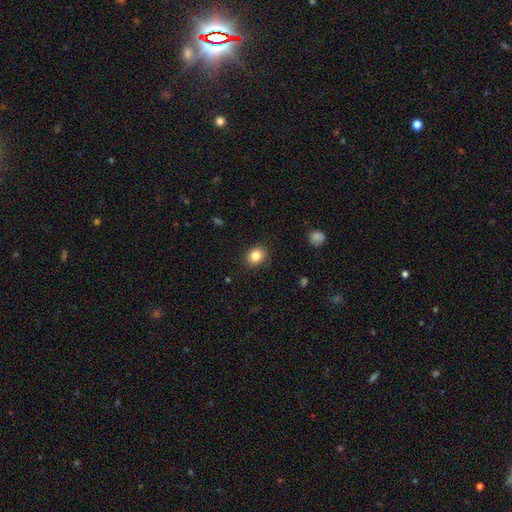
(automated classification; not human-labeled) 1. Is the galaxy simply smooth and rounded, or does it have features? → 85% smooth, 10% star or artifact, 6% featured or disk.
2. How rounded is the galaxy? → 57% round, 42% in between, 1% cigar-shaped.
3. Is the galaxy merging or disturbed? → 87% none, 10% minor disturbance, 3% major disturbance, 1% merger.